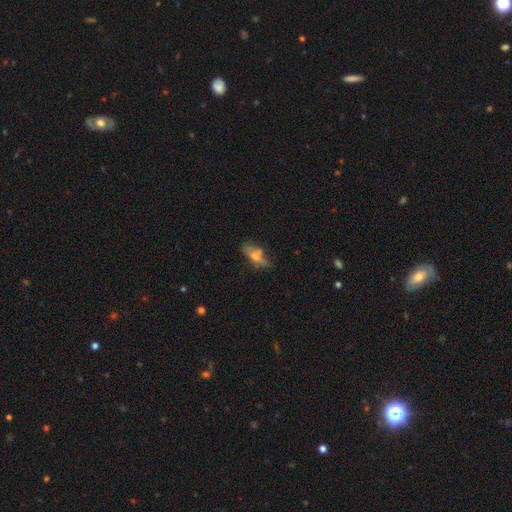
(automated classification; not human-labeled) Q: Smooth or featured?
A: smooth (52%); runner-up: featured or disk (38%)
Q: How rounded?
A: in between (66%); runner-up: cigar-shaped (28%)
Q: Merging?
A: none (55%); runner-up: minor disturbance (26%)